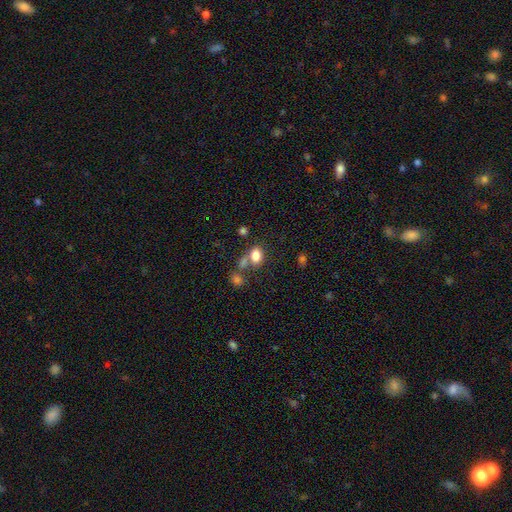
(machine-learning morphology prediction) type=smooth (80%); roundness=in between (76%); merging=none (53%).